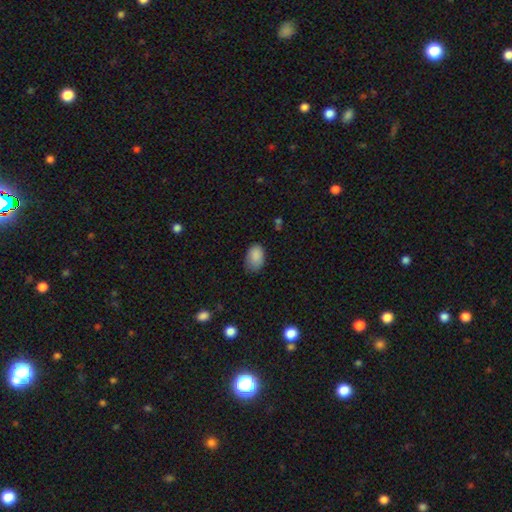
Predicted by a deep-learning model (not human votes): Smooth or featured: smooth — 87% (star or artifact — 8%)
How rounded: in between — 88% (round — 11%)
Merging: none — 64% (minor disturbance — 28%)